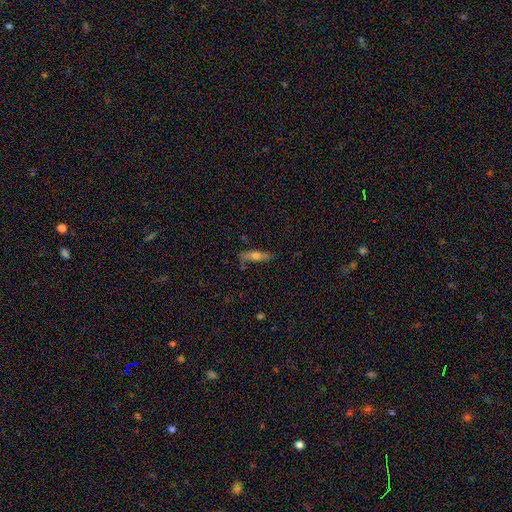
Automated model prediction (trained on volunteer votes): A smooth galaxy with no disk features (61%) that is cigar-shaped (49%).

Vote fractions:
- Smooth or featured? smooth: 61% / featured or disk: 31% / star or artifact: 9%
- How rounded? cigar-shaped: 49% / in between: 48% / round: 3%
- Merging? none: 66% / minor disturbance: 22% / major disturbance: 7% / merger: 5%